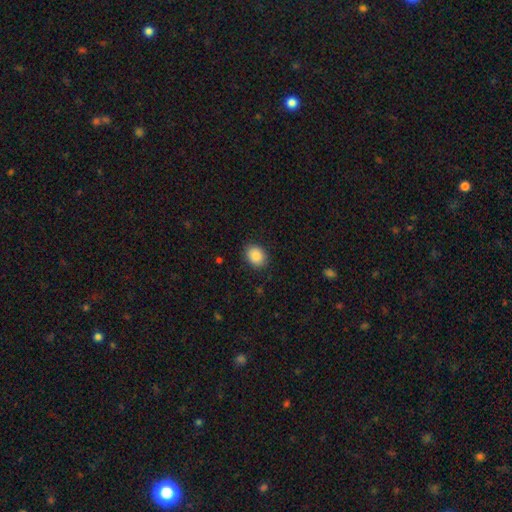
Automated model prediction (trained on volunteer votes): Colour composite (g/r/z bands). It shows a smooth galaxy with no disk features (88%) that is round (51%). Merging: none (87%).